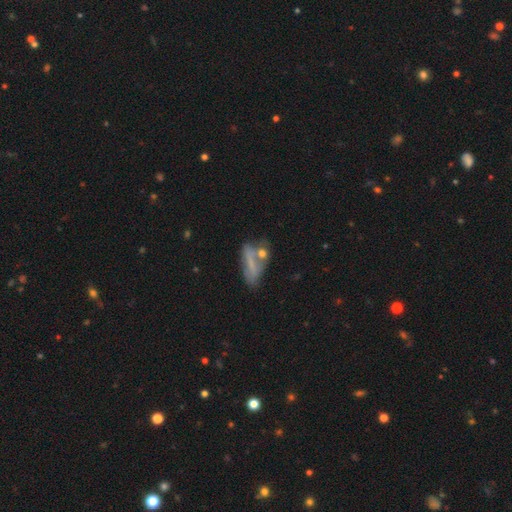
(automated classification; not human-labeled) Overall: smooth (55%; featured or disk 34%). How rounded: in between (59%; cigar-shaped 35%). Merging: none (39%; merger 25%).